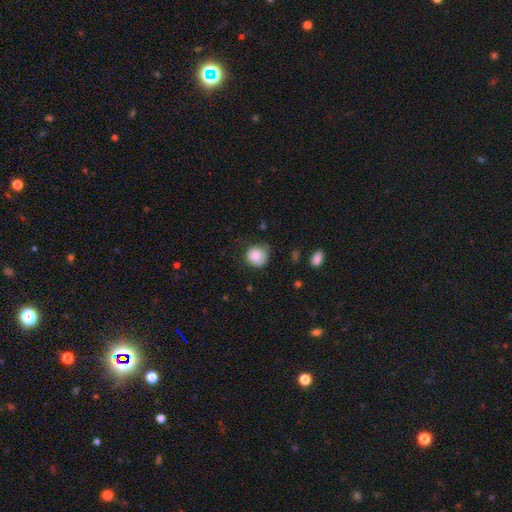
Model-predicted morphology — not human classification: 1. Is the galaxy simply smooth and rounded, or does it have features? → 84% smooth, 8% star or artifact, 8% featured or disk.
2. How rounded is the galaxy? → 86% round, 13% in between, 1% cigar-shaped.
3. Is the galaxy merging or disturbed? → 59% none, 31% minor disturbance, 9% major disturbance, 2% merger.